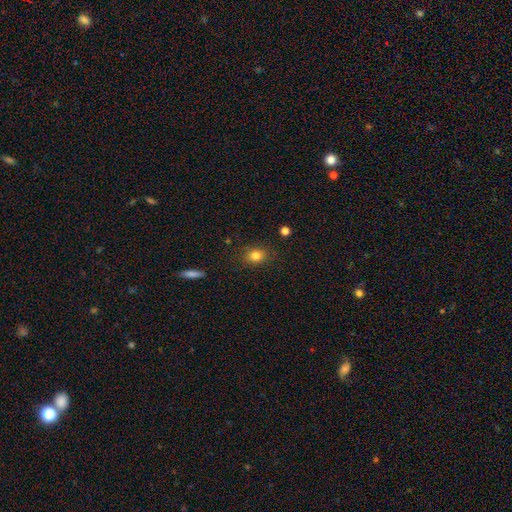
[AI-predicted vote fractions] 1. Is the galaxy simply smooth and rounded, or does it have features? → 82% smooth, 11% star or artifact, 7% featured or disk.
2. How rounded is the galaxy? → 59% round, 40% in between, 1% cigar-shaped.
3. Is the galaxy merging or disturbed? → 86% none, 10% minor disturbance, 3% major disturbance, 1% merger.